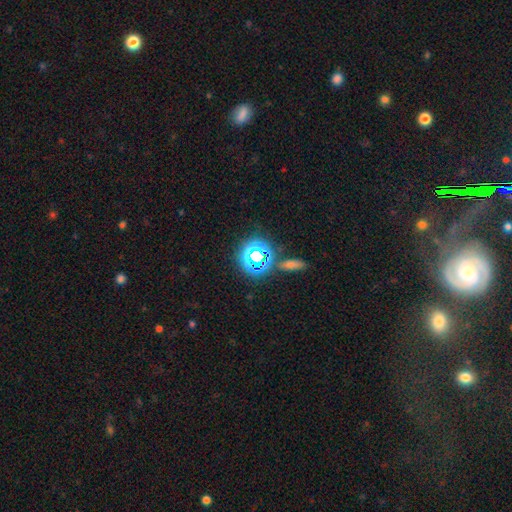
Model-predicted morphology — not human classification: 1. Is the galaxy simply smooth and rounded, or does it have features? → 61% star or artifact, 29% smooth, 10% featured or disk.